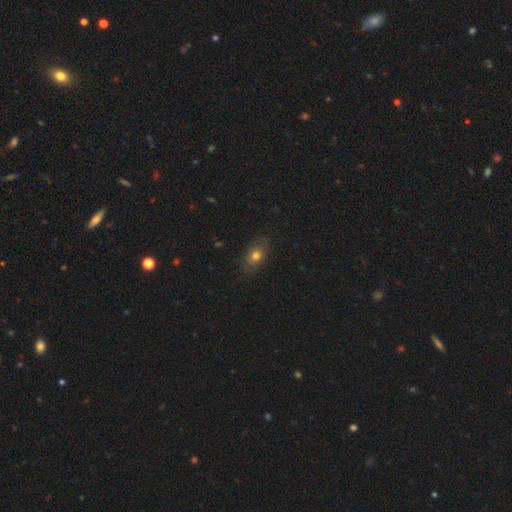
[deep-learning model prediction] smooth-or-featured: smooth: 73% | featured or disk: 14% | star or artifact: 12%
  how-rounded: in between: 73% | round: 23% | cigar-shaped: 4%
  merging: none: 81% | minor disturbance: 14% | major disturbance: 4% | merger: 1%